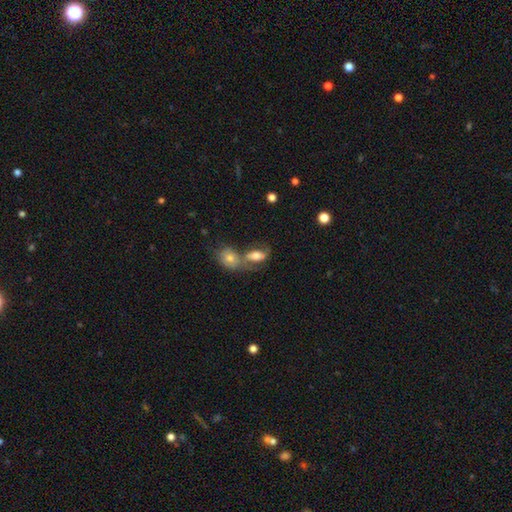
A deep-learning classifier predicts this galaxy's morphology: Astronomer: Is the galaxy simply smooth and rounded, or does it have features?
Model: smooth — 61%.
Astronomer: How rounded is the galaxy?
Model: in between — 83%.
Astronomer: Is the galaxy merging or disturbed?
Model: merger — 50% (runner-up: none, 27%).